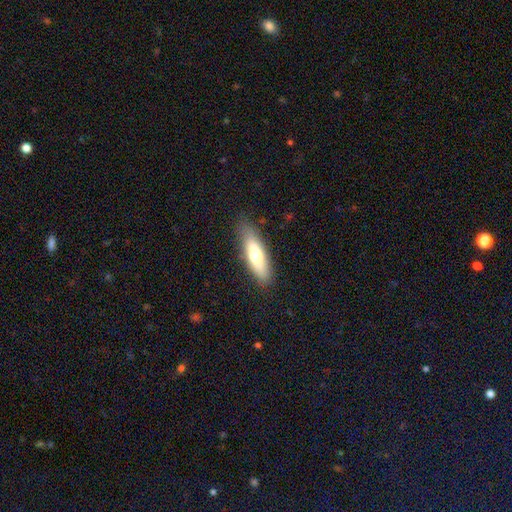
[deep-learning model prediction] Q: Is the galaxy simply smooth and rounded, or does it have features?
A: smooth — 65%.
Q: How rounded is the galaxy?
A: in between — 50%.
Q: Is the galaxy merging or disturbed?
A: none — 82%.